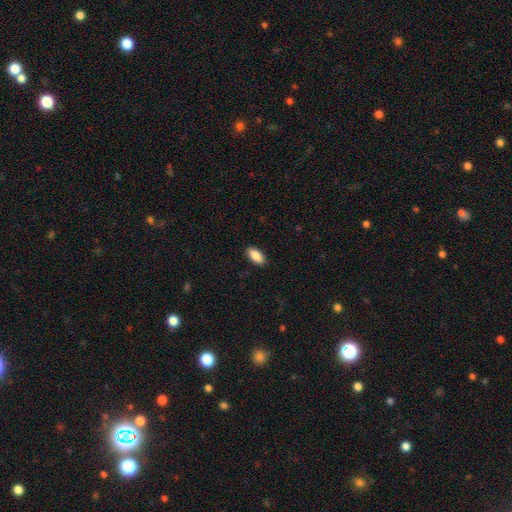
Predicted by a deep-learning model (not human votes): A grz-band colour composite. It shows a smooth galaxy with no disk features (89%) that is in between round and cigar-shaped (91%). Merging: none (90%).